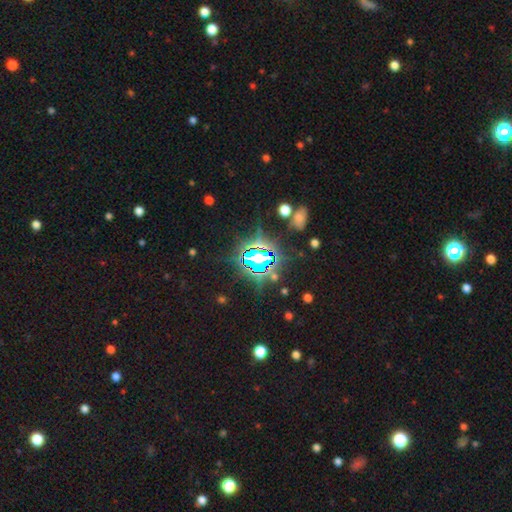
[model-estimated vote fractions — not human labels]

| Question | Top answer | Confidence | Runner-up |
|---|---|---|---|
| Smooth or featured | star or artifact | 76% | smooth (13%) |